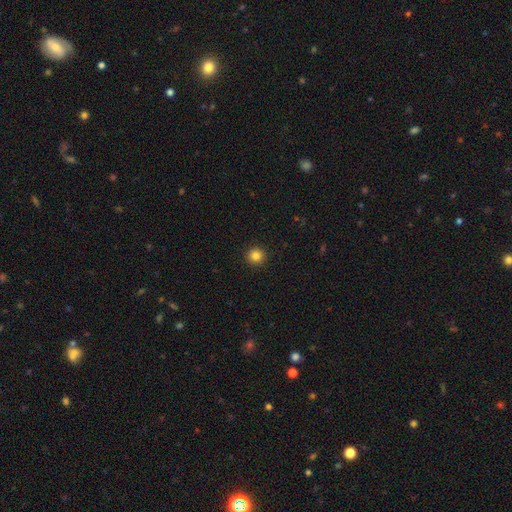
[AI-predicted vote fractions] Smooth or featured? smooth (84%)
How rounded? round (94%)
Merging? none (93%)